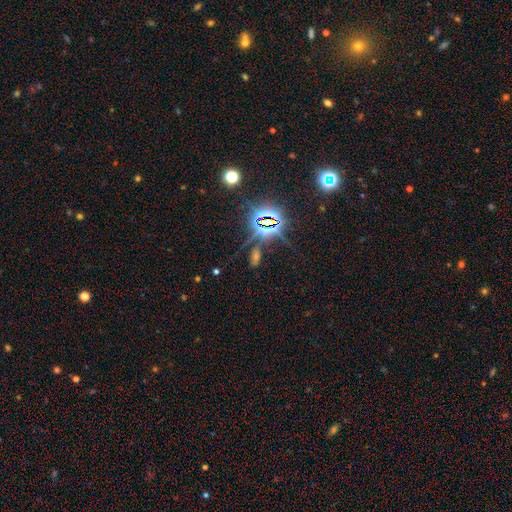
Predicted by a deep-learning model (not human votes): Overall: star or artifact (67%).